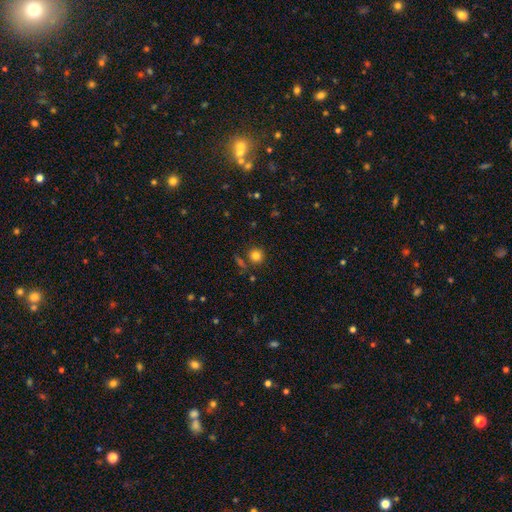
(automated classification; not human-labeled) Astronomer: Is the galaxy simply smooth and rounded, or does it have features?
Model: smooth — 81%.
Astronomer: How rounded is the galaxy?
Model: round — 92%.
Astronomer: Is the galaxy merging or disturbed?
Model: none — 82%.